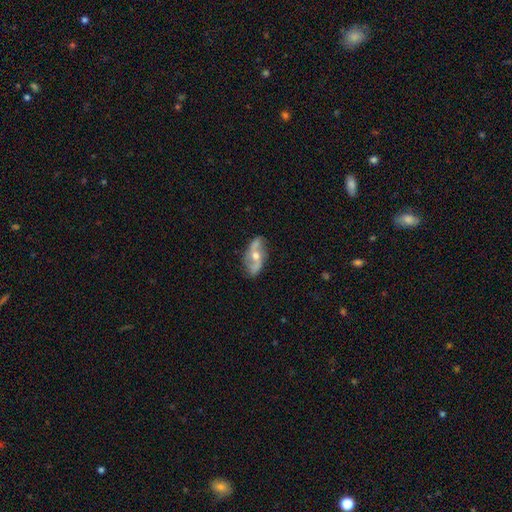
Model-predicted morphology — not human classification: Overall: featured or disk (78%). Edge-on disk: no (87%). Bar: no (54%; weak 30%). Spiral arms: yes (86%). Spiral arm count: 2 (91%). Spiral winding: loose (68%). Bulge size: moderate (70%). Merging: none (80%).